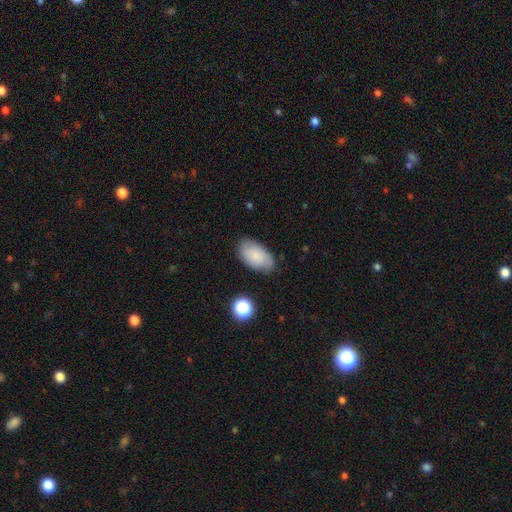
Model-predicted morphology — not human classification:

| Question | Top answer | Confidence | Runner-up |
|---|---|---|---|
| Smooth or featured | smooth | 77% | featured or disk (15%) |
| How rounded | in between | 94% | round (4%) |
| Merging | none | 79% | minor disturbance (16%) |